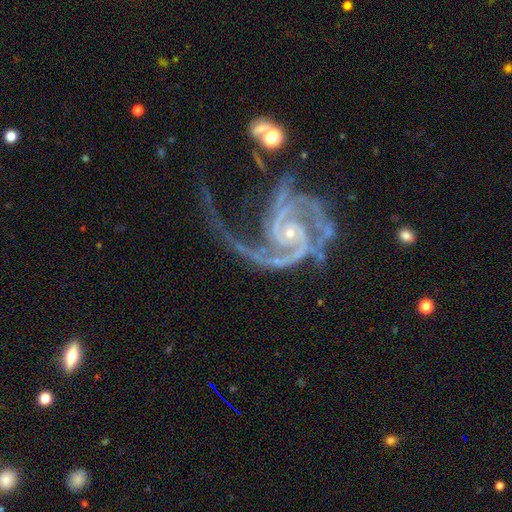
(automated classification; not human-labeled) The model was most divided on "merging": none: 40%, major disturbance: 33%, minor disturbance: 19%, merger: 8%. Remaining: spiral arms — yes (98%); edge-on disk — no (98%); smooth or featured — featured or disk (92%); bulge size — small (77%); bar — no (56%); spiral winding — medium (52%); spiral arm count — 2 (47%).